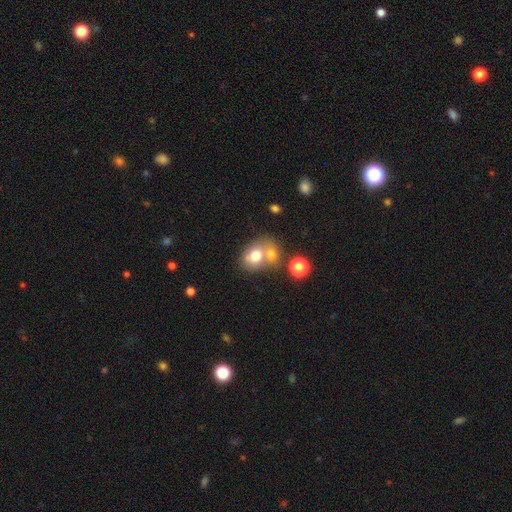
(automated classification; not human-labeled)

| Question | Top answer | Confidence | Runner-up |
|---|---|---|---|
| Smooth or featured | smooth | 71% | featured or disk (19%) |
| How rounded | in between | 50% | round (49%) |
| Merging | merger | 55% | none (31%) |